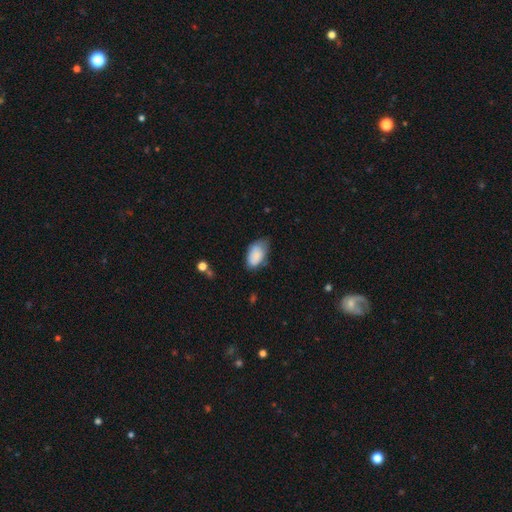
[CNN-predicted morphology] Smooth or featured? Predicted: smooth (p=0.82). How rounded? Predicted: in between (p=0.93). Merging? Predicted: none (p=0.49).